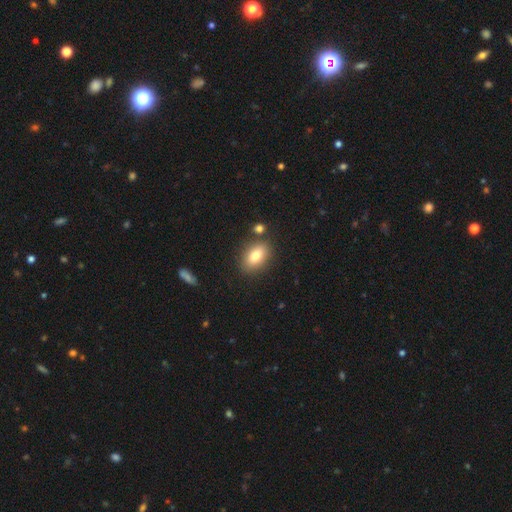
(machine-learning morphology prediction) Smooth or featured? smooth (81%)
How rounded? in between (85%)
Merging? none (79%)